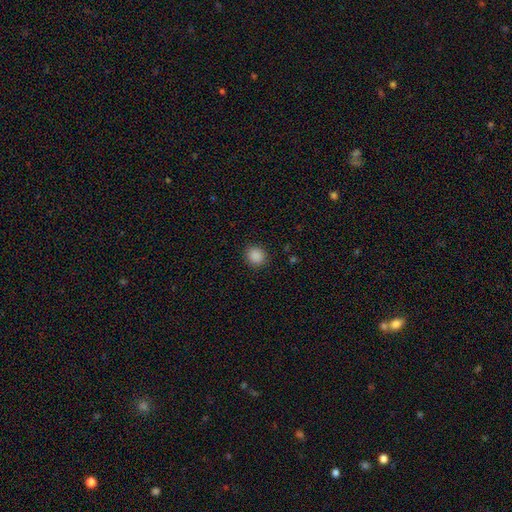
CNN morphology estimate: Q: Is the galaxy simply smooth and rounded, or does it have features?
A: smooth — 88%.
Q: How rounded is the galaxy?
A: round — 86%.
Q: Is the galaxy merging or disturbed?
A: none — 90%.